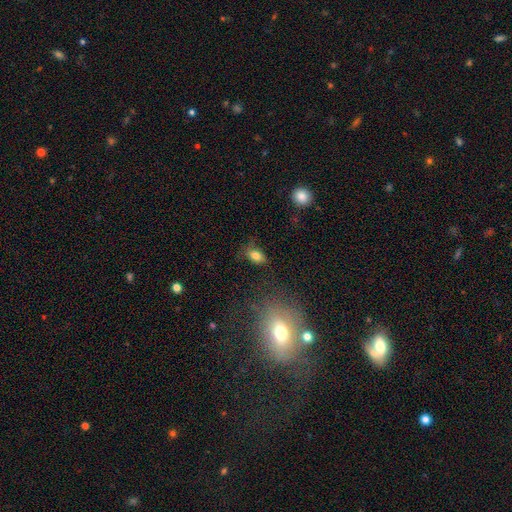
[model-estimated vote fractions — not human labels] A smooth galaxy with no disk features (80%) that is in between round and cigar-shaped (82%).

Vote fractions:
- Smooth or featured? smooth: 80% / star or artifact: 11% / featured or disk: 10%
- How rounded? in between: 82% / round: 16% / cigar-shaped: 2%
- Merging? none: 69% / minor disturbance: 21% / major disturbance: 8% / merger: 3%